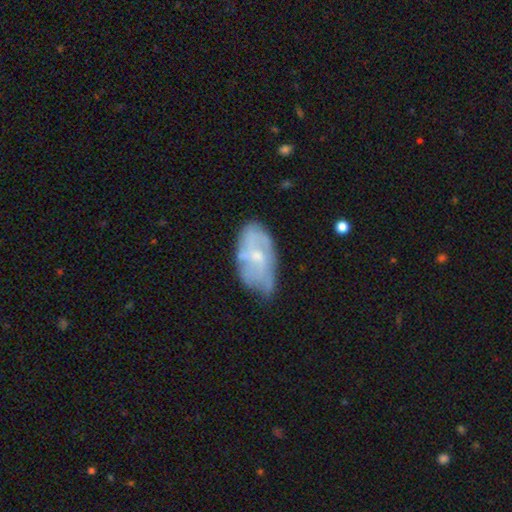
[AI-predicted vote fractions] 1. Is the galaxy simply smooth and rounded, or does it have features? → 62% featured or disk, 31% smooth, 7% star or artifact.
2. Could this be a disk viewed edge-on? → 94% no, 6% yes.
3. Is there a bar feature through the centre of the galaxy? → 66% no, 29% weak, 5% strong.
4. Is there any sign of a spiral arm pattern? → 70% yes, 30% no.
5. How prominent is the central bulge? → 60% small, 33% moderate, 5% none, 1% large, 1% dominant.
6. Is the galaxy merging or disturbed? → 51% none, 35% minor disturbance, 11% major disturbance, 3% merger.